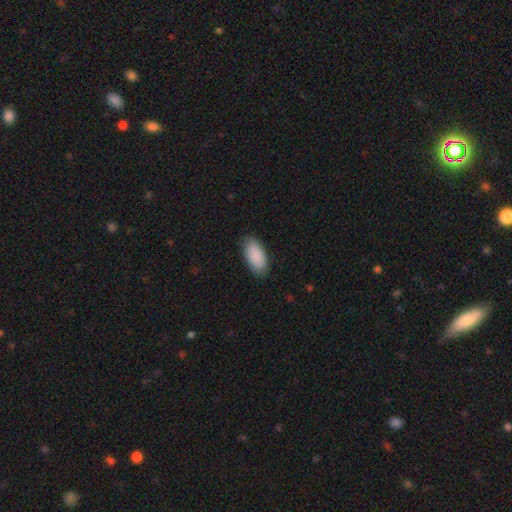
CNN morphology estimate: smooth-or-featured: smooth: 90% | star or artifact: 6% | featured or disk: 4%
  how-rounded: in between: 94% | cigar-shaped: 4% | round: 2%
  merging: none: 86% | minor disturbance: 11% | major disturbance: 2% | merger: 1%